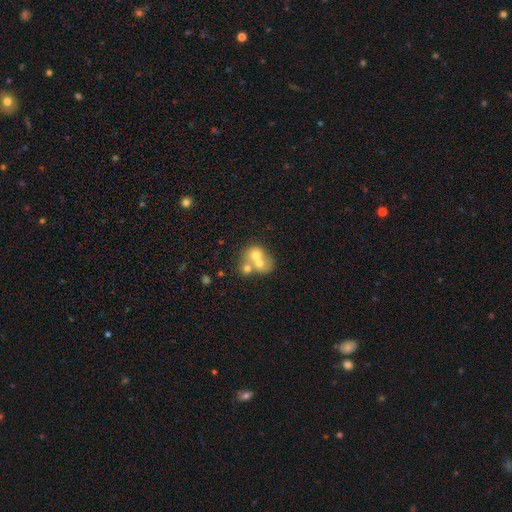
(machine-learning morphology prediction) A smooth galaxy with no disk features (58%) that is round (65%). Merging: merger (70%).